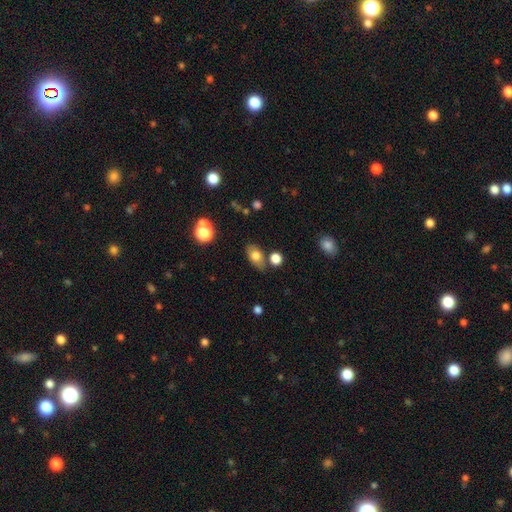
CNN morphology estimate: Overall: smooth (75%). How rounded: in between (83%). Merging: none (72%).